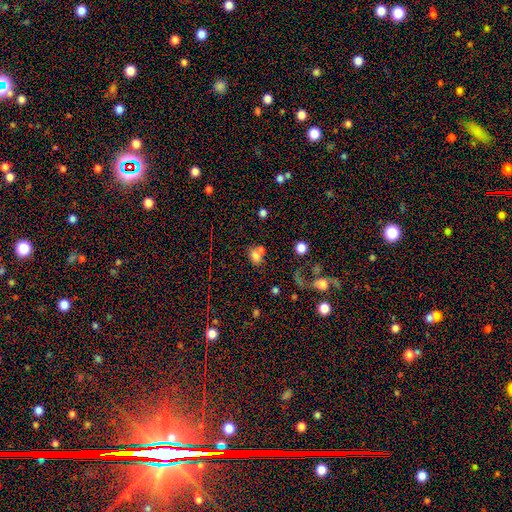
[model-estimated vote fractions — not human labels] Smooth or featured? Predicted: smooth (p=0.72). How rounded? Predicted: in between (p=0.56). Merging? Predicted: merger (p=0.41).